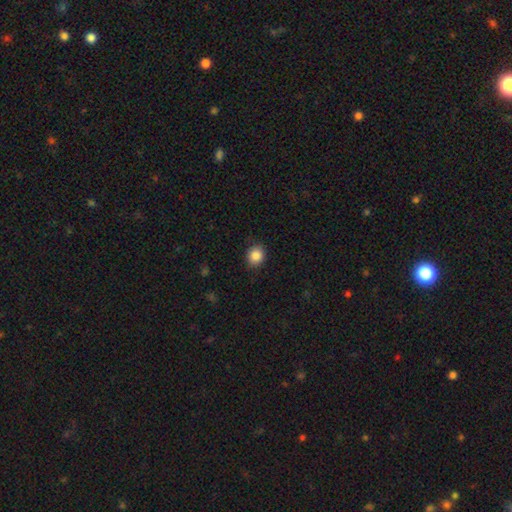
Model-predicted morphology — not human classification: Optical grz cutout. It shows a smooth galaxy with no disk features (87%) that is round (70%). Merging: none (88%).